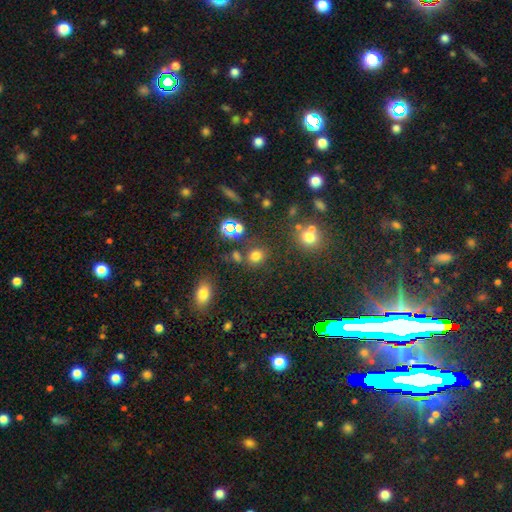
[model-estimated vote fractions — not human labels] smooth_or_featured: smooth (p=0.71) [alt: star or artifact p=0.21]
how_rounded: round (p=0.68) [alt: in between p=0.31]
merging: none (p=0.74) [alt: minor disturbance p=0.11]